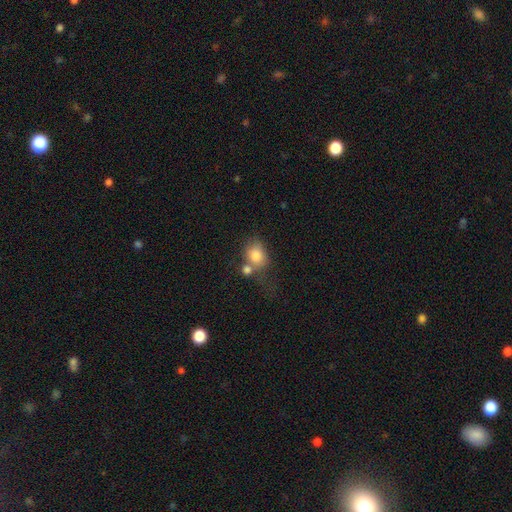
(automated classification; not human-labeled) This is likely a smooth galaxy (80%). How rounded: possibly in between (54%). Merging: marginally none (37%).